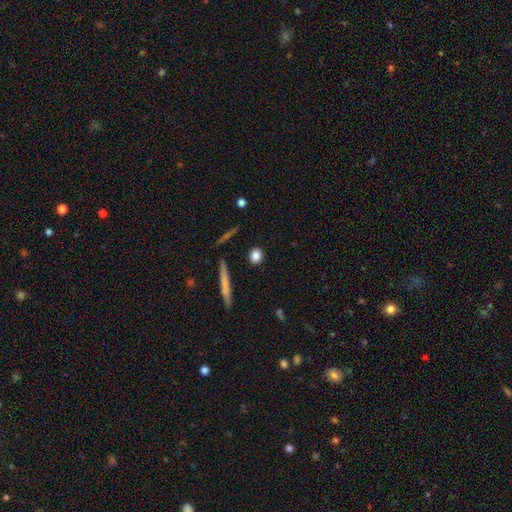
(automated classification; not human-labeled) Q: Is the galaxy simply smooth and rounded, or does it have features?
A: smooth — 82%.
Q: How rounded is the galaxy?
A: round — 74%.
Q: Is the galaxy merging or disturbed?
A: none — 88%.